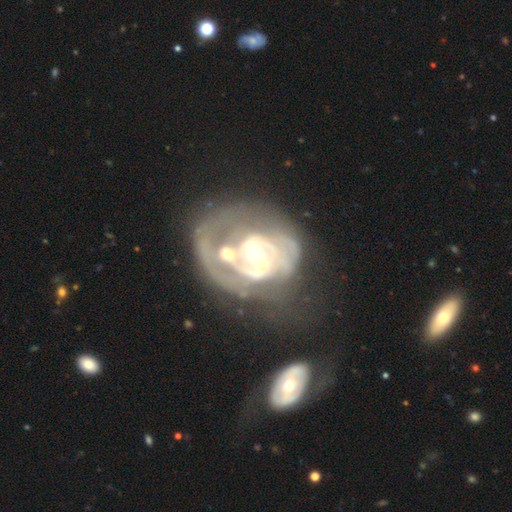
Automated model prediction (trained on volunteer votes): A featured or disk galaxy (84%) with no bar (44%), 2 (39%) tight (51%) spiral arms (78%) and a moderate central bulge (62%).

Vote fractions:
- Smooth or featured? featured or disk: 84% / smooth: 9% / star or artifact: 6%
- Edge-on disk? no: 97% / yes: 3%
- Bar? no: 44% / weak: 38% / strong: 19%
- Spiral arms? yes: 78% / no: 22%
- Spiral winding? tight: 51% / medium: 34% / loose: 15%
- Spiral arm count? 2: 39% / can't tell: 30% / 1: 17% / 3: 8% / 4: 3% / more than 4: 3%
- Bulge size? moderate: 62% / small: 27% / large: 8% / none: 2% / dominant: 2%
- Merging? major disturbance: 31% / merger: 29% / none: 25% / minor disturbance: 15%